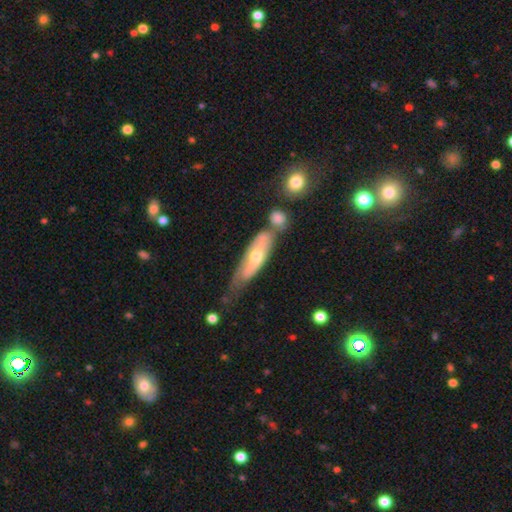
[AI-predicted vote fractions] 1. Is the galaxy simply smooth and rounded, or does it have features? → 54% featured or disk, 39% smooth, 6% star or artifact.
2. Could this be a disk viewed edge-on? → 54% no, 46% yes.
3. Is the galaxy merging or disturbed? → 38% none, 30% minor disturbance, 19% merger, 13% major disturbance.